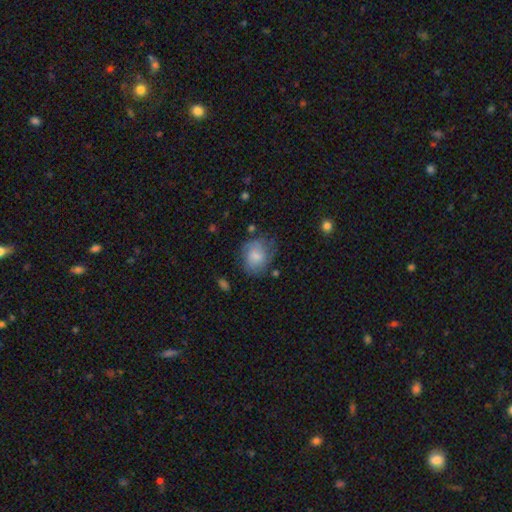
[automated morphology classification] Overall: smooth (66%; featured or disk 26%). How rounded: round (56%; in between 43%). Merging: none (59%; minor disturbance 26%).